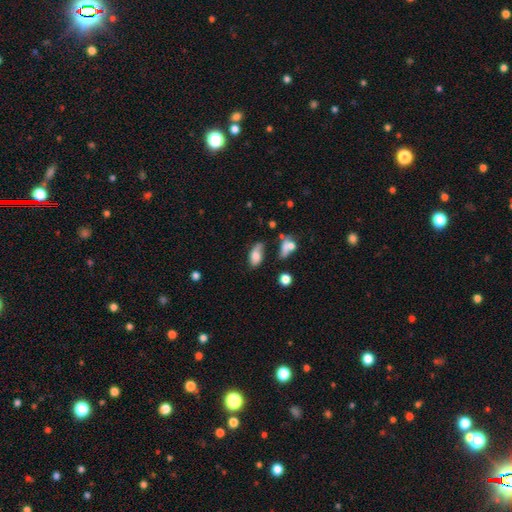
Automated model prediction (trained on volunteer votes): Overall: smooth (73%). How rounded: in between (88%). Merging: none (36%; minor disturbance 31%).